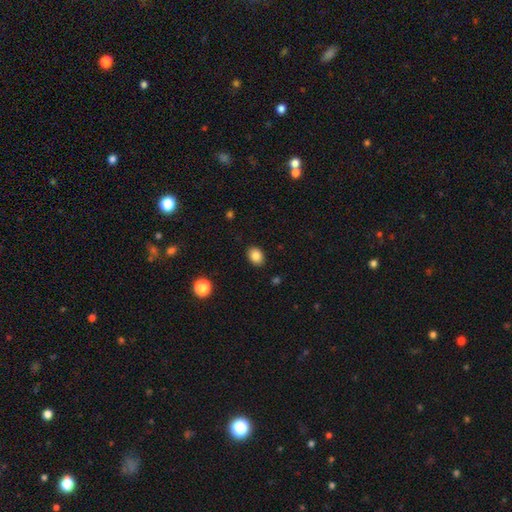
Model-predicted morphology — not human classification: A smooth galaxy with no disk features (86%) that is in between round and cigar-shaped (67%).

Vote fractions:
- Smooth or featured? smooth: 86% / star or artifact: 9% / featured or disk: 5%
- How rounded? in between: 67% / round: 32% / cigar-shaped: 1%
- Merging? none: 88% / minor disturbance: 9% / major disturbance: 2% / merger: 1%